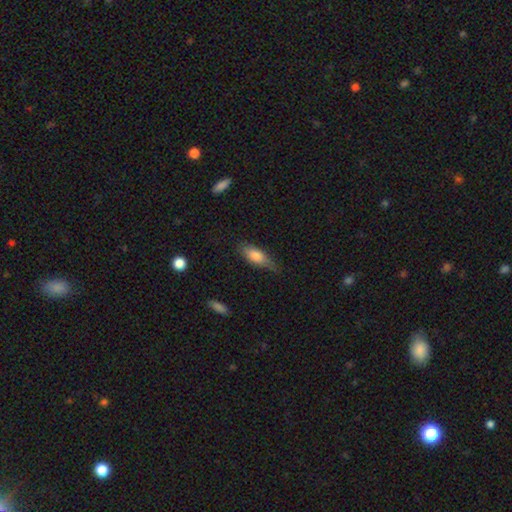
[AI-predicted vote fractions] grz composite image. It shows a smooth galaxy with no disk features (77%) that is in between round and cigar-shaped (71%). Merging: none (60%).